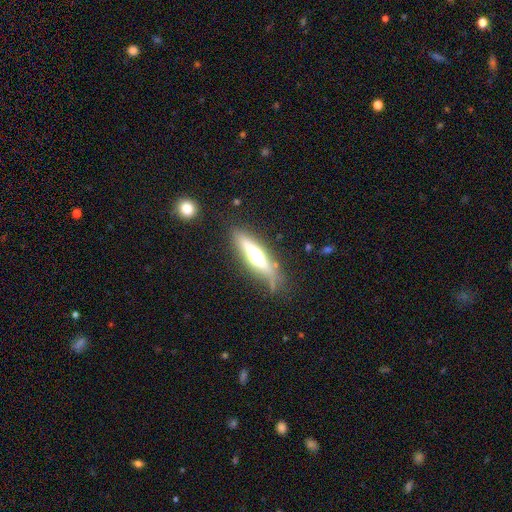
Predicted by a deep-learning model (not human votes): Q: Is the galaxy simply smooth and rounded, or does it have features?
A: featured or disk — 59%.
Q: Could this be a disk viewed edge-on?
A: yes — 88%.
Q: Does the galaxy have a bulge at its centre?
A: rounded — 89%.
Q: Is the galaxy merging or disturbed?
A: none — 73%.